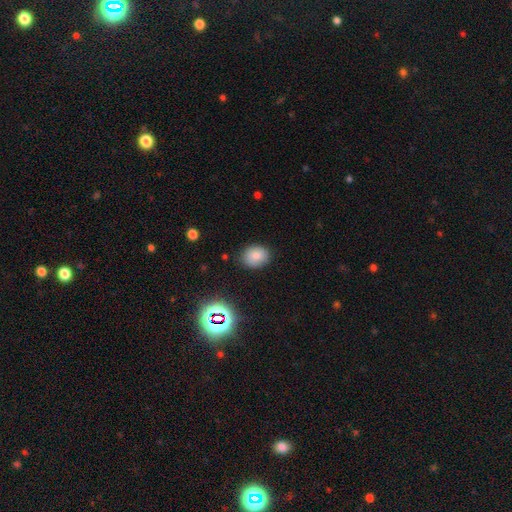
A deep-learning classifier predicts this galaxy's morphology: A smooth galaxy with no disk features (81%) that is round (50%). Merging: none (83%).